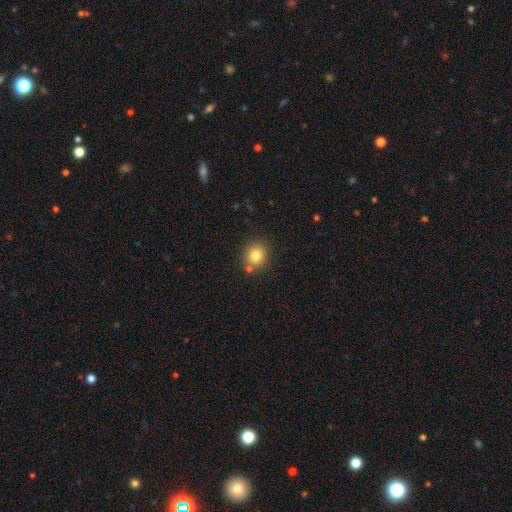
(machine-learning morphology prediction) Q: Smooth or featured?
A: smooth (81%); runner-up: star or artifact (11%)
Q: How rounded?
A: round (84%); runner-up: in between (15%)
Q: Merging?
A: none (78%); runner-up: merger (10%)